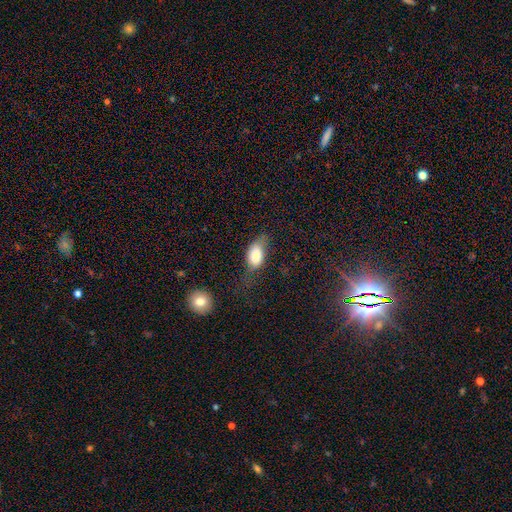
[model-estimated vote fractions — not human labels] smooth 79%, featured or disk 13%, star or artifact 8%. Down the decision tree: how rounded — in between (88%); merging — none (34%).